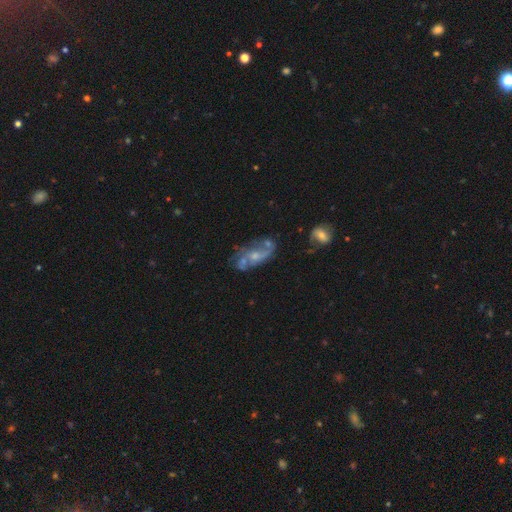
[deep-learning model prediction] smooth_or_featured: featured or disk (p=0.69) [alt: smooth p=0.21]
disk_edge_on: no (p=0.94) [alt: yes p=0.06]
bar: no (p=0.71) [alt: weak p=0.25]
has_spiral_arms: yes (p=0.65) [alt: no p=0.35]
bulge_size: small (p=0.45) [alt: moderate p=0.41]
merging: none (p=0.39) [alt: minor disturbance p=0.21]